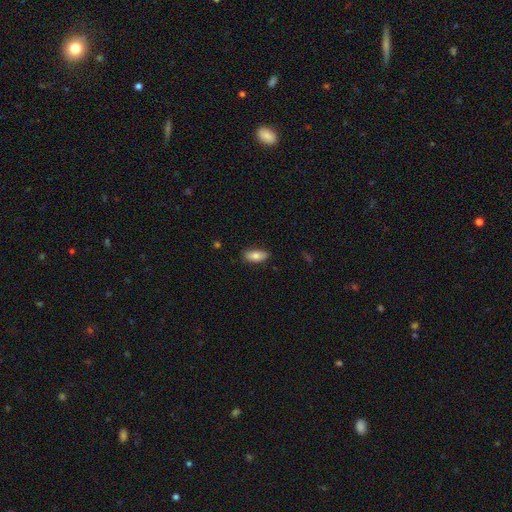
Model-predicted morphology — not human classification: This appears to be a smooth galaxy with no disk features (79%) that is in between round and cigar-shaped (87%). Merging: none (82%).